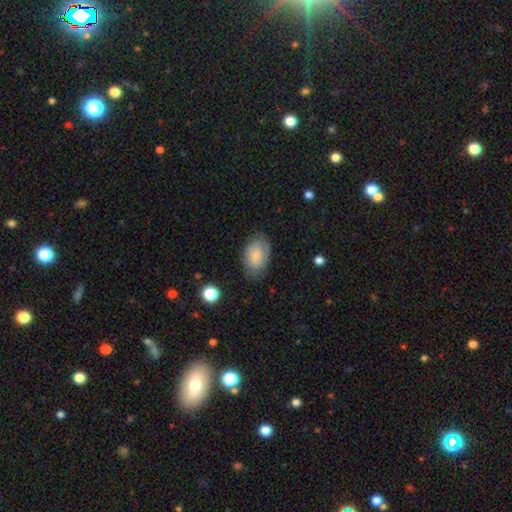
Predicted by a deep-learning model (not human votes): Smooth or featured? smooth (78%)
How rounded? in between (91%)
Merging? none (74%)